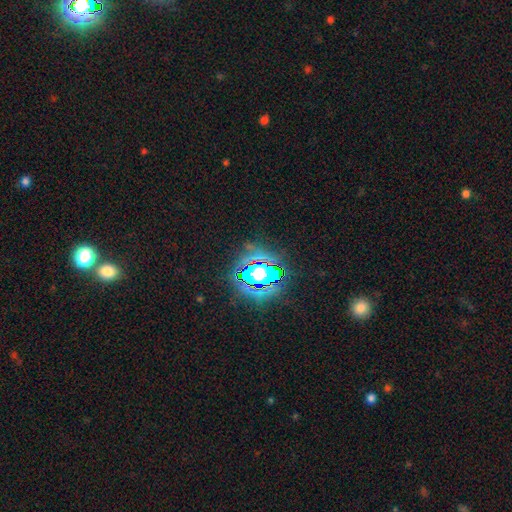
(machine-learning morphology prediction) This appears to be a star or artifact, not a galaxy (78%).